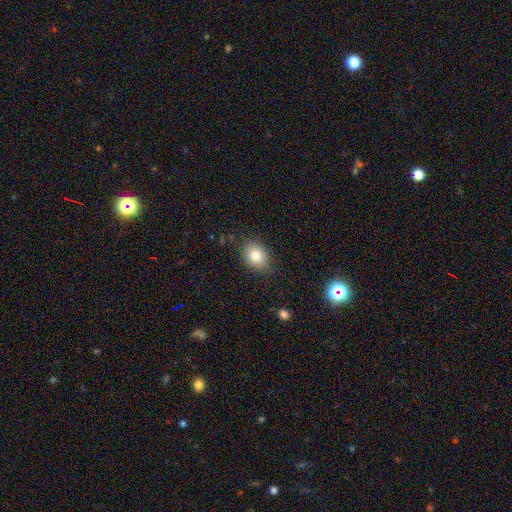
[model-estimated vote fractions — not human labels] Smooth or featured?
  - smooth: 80% *
  - featured or disk: 11%
  - star or artifact: 10%
How rounded?
  - in between: 65% *
  - round: 34%
  - cigar-shaped: 1%
Merging?
  - none: 86% *
  - minor disturbance: 11%
  - major disturbance: 3%
  - merger: 1%